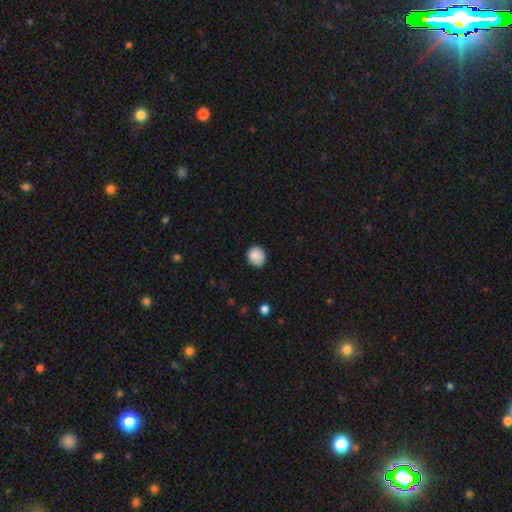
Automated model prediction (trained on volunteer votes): smooth_or_featured: smooth (p=0.87) [alt: star or artifact p=0.08]
how_rounded: round (p=0.87) [alt: in between p=0.12]
merging: none (p=0.88) [alt: minor disturbance p=0.10]